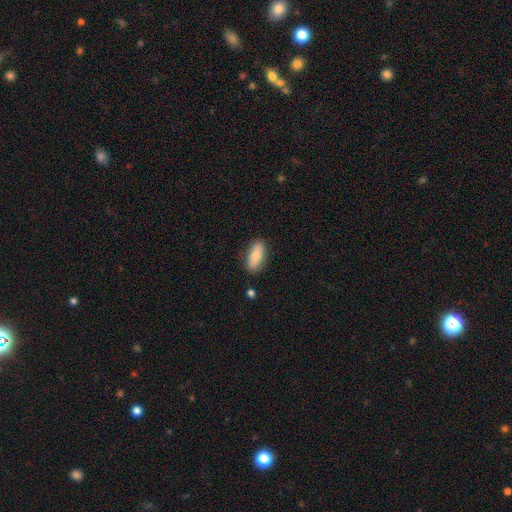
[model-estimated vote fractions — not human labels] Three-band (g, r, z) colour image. It shows a smooth galaxy with no disk features (78%) that is in between round and cigar-shaped (79%). Merging: none (85%).